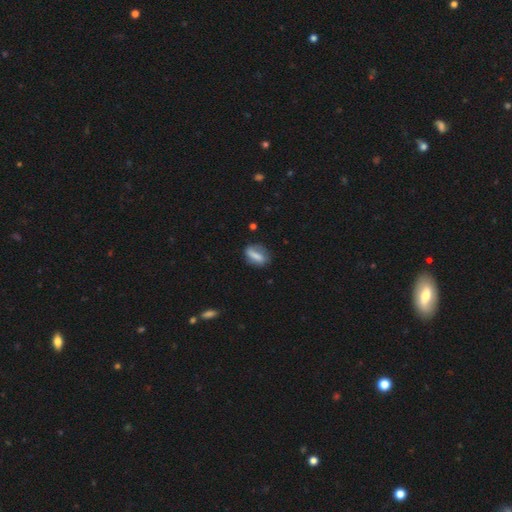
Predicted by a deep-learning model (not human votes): A smooth galaxy with no disk features (64%) that is in between round and cigar-shaped (69%).

Vote fractions:
- Smooth or featured? smooth: 64% / featured or disk: 28% / star or artifact: 9%
- How rounded? in between: 69% / cigar-shaped: 20% / round: 11%
- Merging? none: 62% / minor disturbance: 26% / major disturbance: 9% / merger: 3%